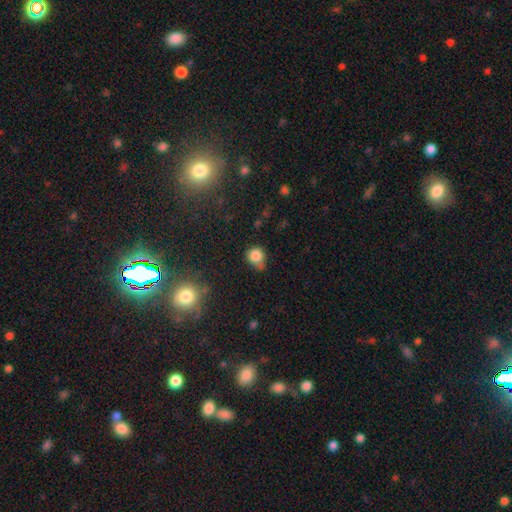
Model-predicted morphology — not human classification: Smooth or featured? Predicted: smooth (p=0.82). How rounded? Predicted: round (p=0.81). Merging? Predicted: none (p=0.52).